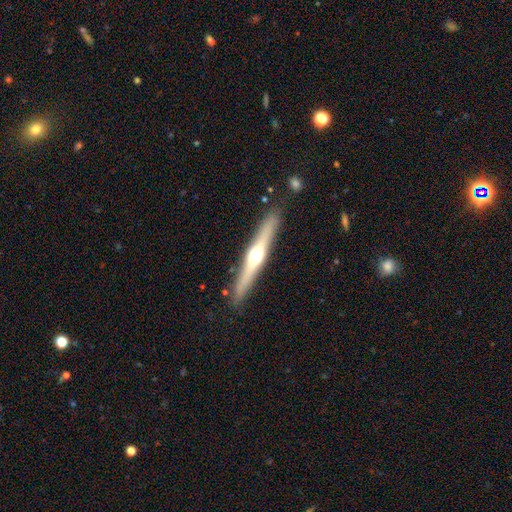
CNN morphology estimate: Overall: featured or disk (68%). Edge-on disk: yes (97%). Edge-on bulge: rounded (91%). Merging: none (88%).